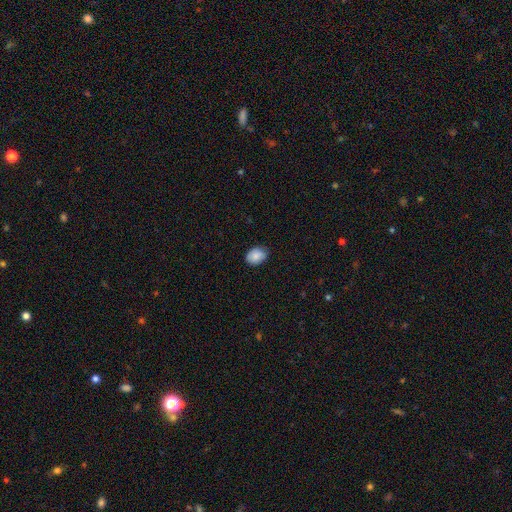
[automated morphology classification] smooth 86%, star or artifact 7%, featured or disk 6%. Down the decision tree: how rounded — in between (68%); merging — none (83%).